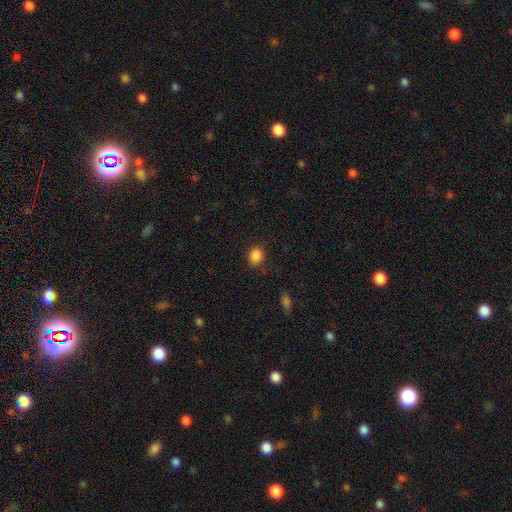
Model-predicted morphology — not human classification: Smooth or featured: smooth — 86% (star or artifact — 11%)
How rounded: round — 69% (in between — 30%)
Merging: none — 83% (minor disturbance — 11%)